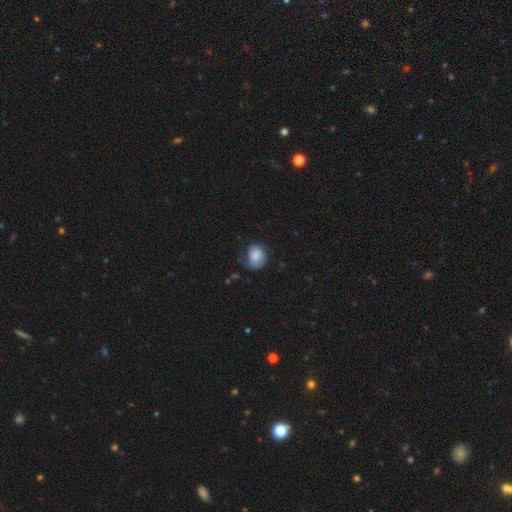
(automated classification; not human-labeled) Smooth or featured? smooth (79%)
How rounded? round (54%)
Merging? none (52%)